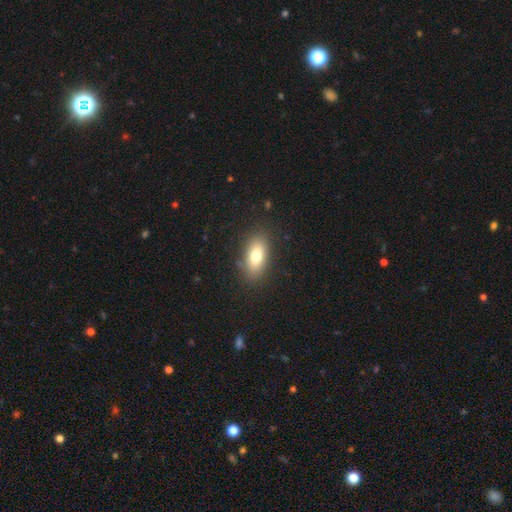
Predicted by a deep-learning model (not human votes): A smooth galaxy with no disk features (77%) that is in between round and cigar-shaped (85%). Merging: none (84%).